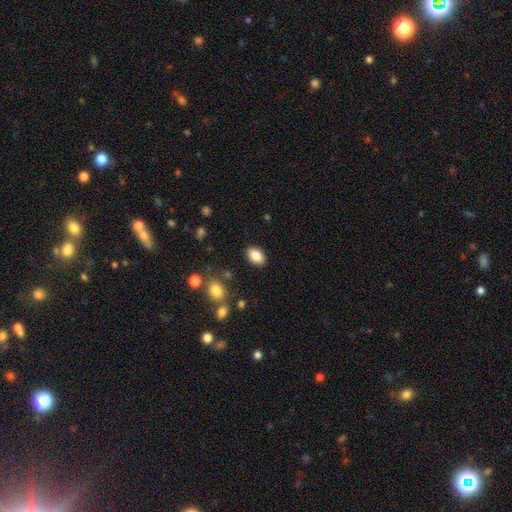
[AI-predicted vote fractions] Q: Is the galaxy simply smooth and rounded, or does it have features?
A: smooth — 85%.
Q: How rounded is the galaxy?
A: in between — 87%.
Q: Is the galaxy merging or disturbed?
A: none — 86%.